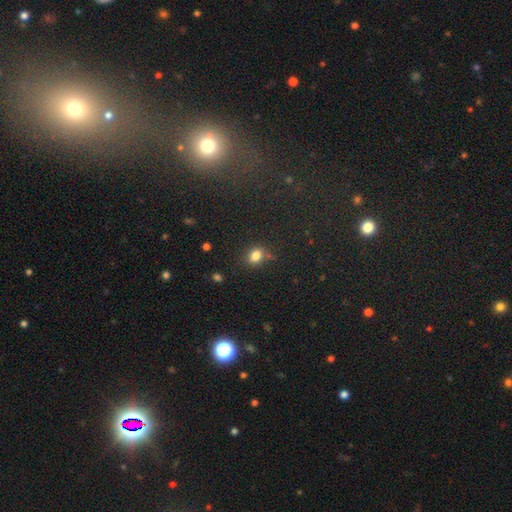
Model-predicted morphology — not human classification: Smooth or featured? smooth (81%)
How rounded? in between (52%)
Merging? none (74%)